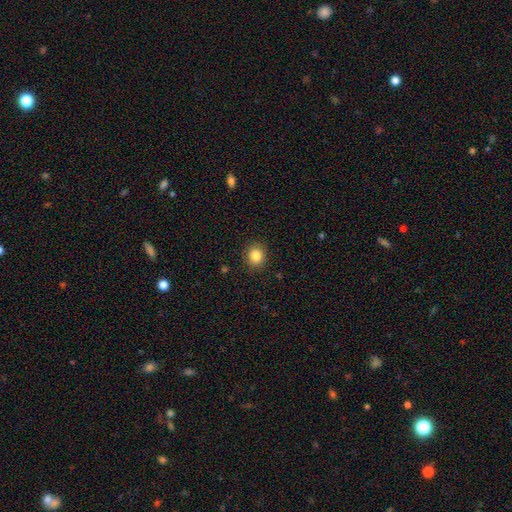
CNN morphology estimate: Q: Smooth or featured?
A: smooth (84%); runner-up: star or artifact (10%)
Q: How rounded?
A: round (69%); runner-up: in between (30%)
Q: Merging?
A: none (88%); runner-up: minor disturbance (8%)